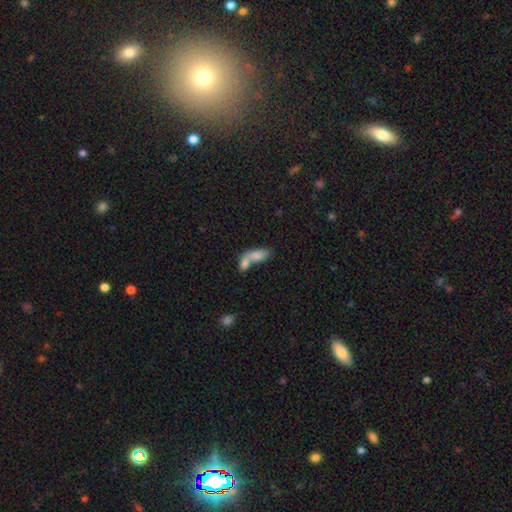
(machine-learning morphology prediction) Q: Smooth or featured?
A: smooth (77%); runner-up: featured or disk (14%)
Q: How rounded?
A: in between (81%); runner-up: cigar-shaped (13%)
Q: Merging?
A: merger (71%); runner-up: none (18%)